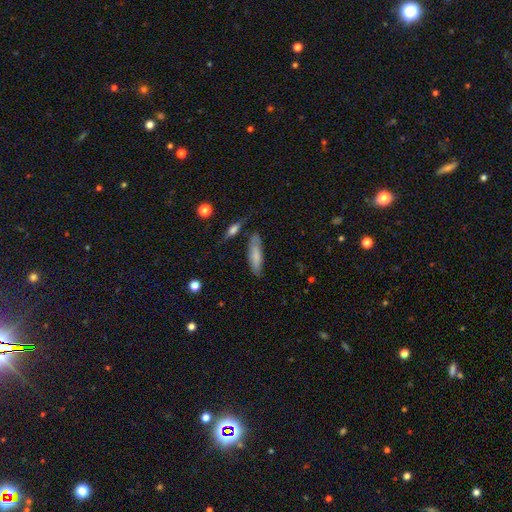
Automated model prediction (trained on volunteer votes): A smooth galaxy with no disk features (71%) that is cigar-shaped (58%).

Vote fractions:
- Smooth or featured? smooth: 71% / featured or disk: 22% / star or artifact: 7%
- How rounded? cigar-shaped: 58% / in between: 41% / round: 2%
- Merging? none: 68% / minor disturbance: 21% / merger: 6% / major disturbance: 6%